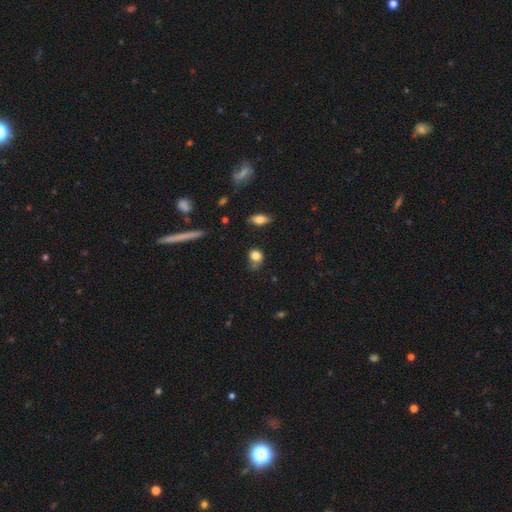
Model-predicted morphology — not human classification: The model was most divided on "merging": none: 42%, minor disturbance: 37%, major disturbance: 16%, merger: 5%. More confident: smooth or featured — smooth (80%); how rounded — round (54%).